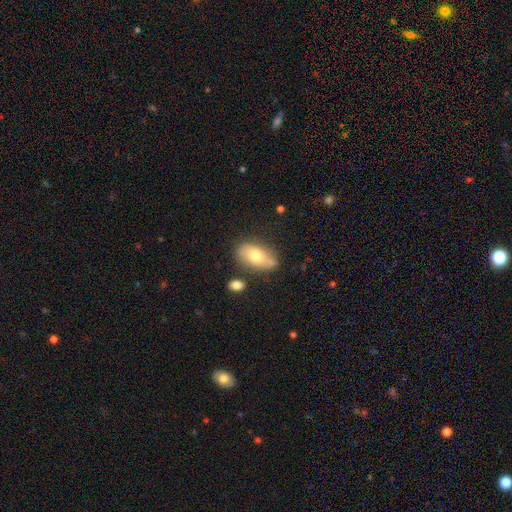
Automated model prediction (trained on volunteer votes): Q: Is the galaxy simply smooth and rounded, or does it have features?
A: smooth — 70%.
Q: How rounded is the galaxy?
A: in between — 90%.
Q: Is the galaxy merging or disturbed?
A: none — 68%.